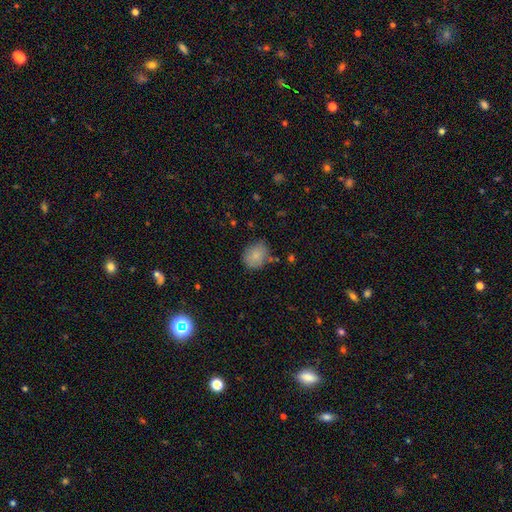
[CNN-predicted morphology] The model was most divided on "how rounded": round: 57%, in between: 42%, cigar-shaped: 1%. More confident: smooth or featured — smooth (84%); merging — none (72%).